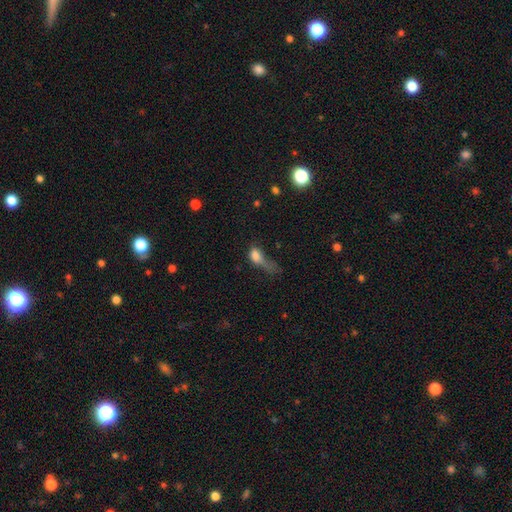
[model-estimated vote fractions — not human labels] Smooth or featured?
  - smooth: 68% *
  - featured or disk: 20%
  - star or artifact: 12%
How rounded?
  - in between: 72% *
  - round: 16%
  - cigar-shaped: 13%
Merging?
  - major disturbance: 62% *
  - minor disturbance: 16%
  - none: 13%
  - merger: 9%